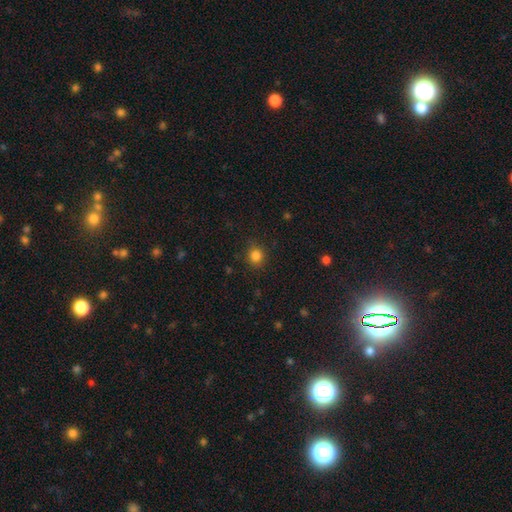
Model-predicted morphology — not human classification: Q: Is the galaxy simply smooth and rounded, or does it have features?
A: smooth — 83%.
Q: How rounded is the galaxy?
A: round — 86%.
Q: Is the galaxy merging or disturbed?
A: none — 88%.